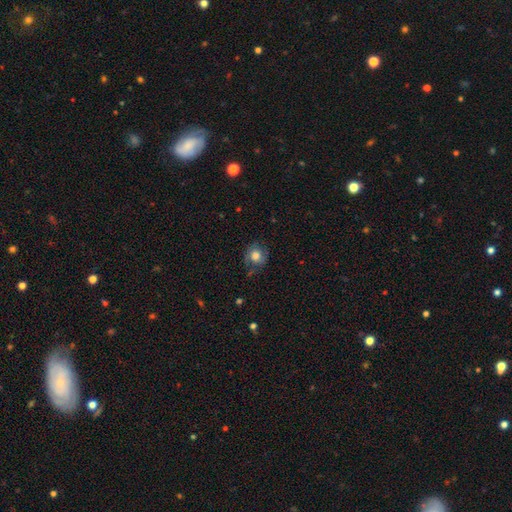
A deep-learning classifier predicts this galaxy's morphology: smooth 68%, featured or disk 22%, star or artifact 10%. Down the decision tree: how rounded — round (80%); merging — none (68%).